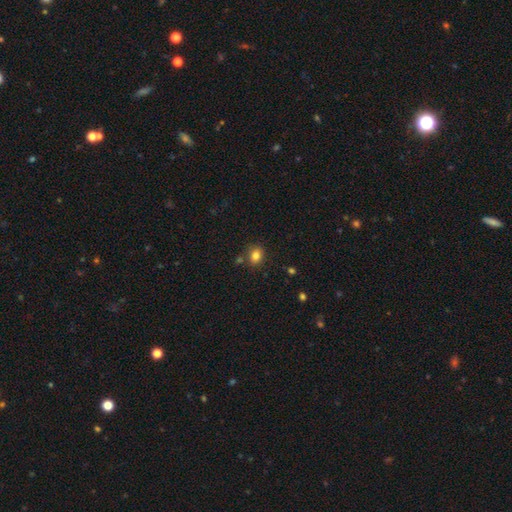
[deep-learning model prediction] The model was most divided on "how rounded": round: 55%, in between: 44%, cigar-shaped: 1%. More confident: smooth or featured — smooth (82%); merging — none (76%).